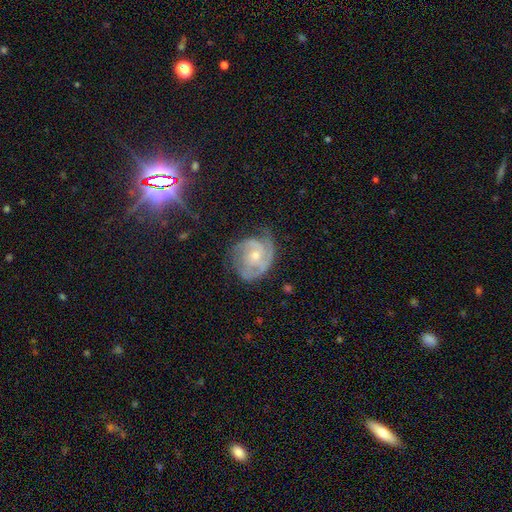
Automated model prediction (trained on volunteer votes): featured or disk 83%, smooth 12%, star or artifact 6%. Down the decision tree: edge-on disk — no (98%); bar — no (73%); spiral arms — yes (95%); spiral arm count — 2 (36%); spiral winding — tight (56%); bulge size — small (59%); merging — none (61%).